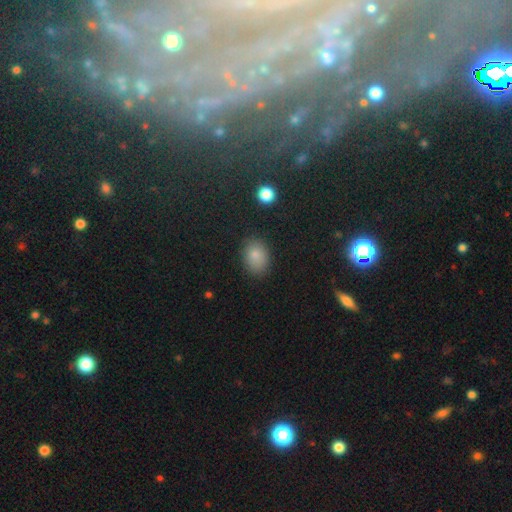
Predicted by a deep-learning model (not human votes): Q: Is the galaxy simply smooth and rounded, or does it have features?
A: smooth — 83%.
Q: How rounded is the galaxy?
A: in between — 69%.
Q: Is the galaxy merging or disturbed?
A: none — 82%.